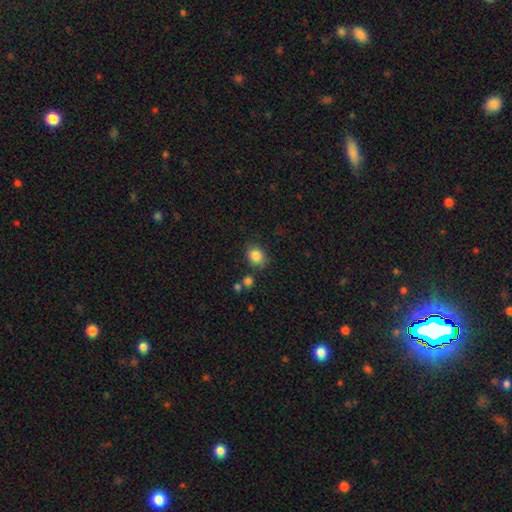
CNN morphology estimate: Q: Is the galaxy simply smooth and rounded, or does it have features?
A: smooth — 85%.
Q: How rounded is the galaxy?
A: round — 58%.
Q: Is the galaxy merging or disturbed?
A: none — 76%.